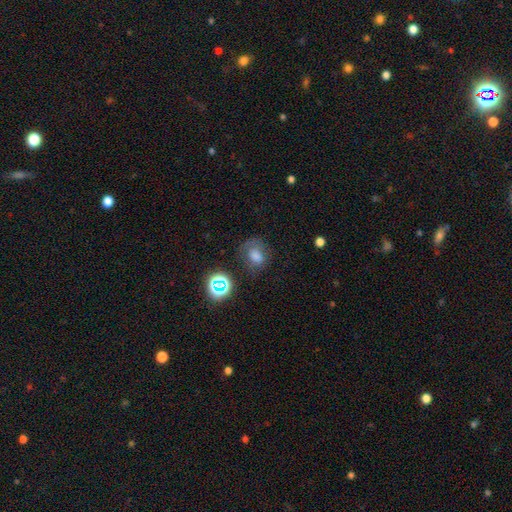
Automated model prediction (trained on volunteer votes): Smooth or featured?
  - smooth: 62% *
  - star or artifact: 20%
  - featured or disk: 18%
How rounded?
  - round: 53% *
  - in between: 46%
  - cigar-shaped: 1%
Merging?
  - none: 56% *
  - minor disturbance: 24%
  - major disturbance: 16%
  - merger: 4%